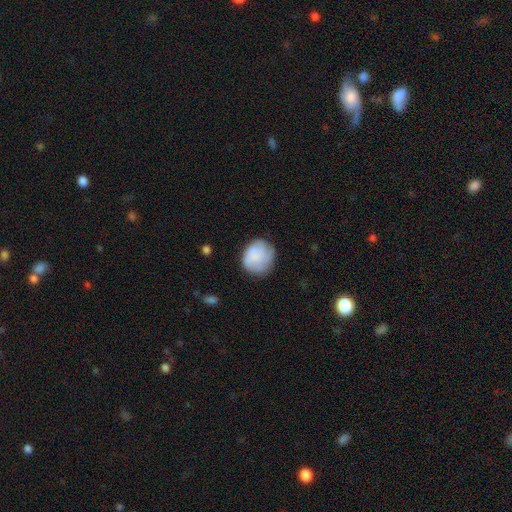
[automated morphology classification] This appears to be a smooth galaxy with no disk features (65%) that is round (77%). Merging: none (68%).